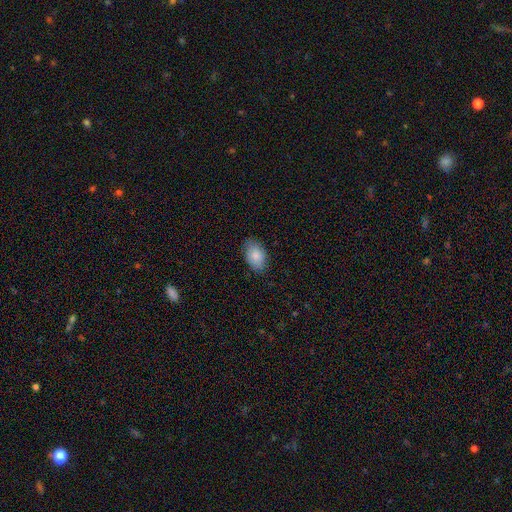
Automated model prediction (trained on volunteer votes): Smooth or featured: smooth — 85% (featured or disk — 9%)
How rounded: in between — 89% (round — 10%)
Merging: none — 81% (minor disturbance — 15%)